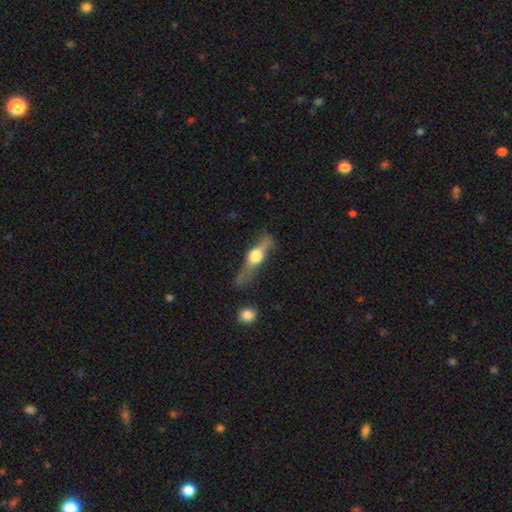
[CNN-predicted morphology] A featured or disk galaxy (69%) viewed edge-on (92%) with a rounded central bulge (95%).

Vote fractions:
- Smooth or featured? featured or disk: 69% / smooth: 24% / star or artifact: 7%
- Edge-on disk? yes: 92% / no: 8%
- Edge-on bulge? rounded: 95% / boxy: 4% / none: 2%
- Merging? none: 67% / minor disturbance: 18% / major disturbance: 10% / merger: 5%